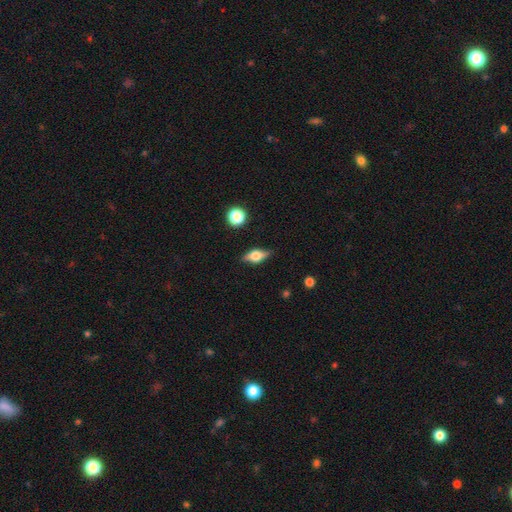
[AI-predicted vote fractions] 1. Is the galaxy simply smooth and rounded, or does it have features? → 52% featured or disk, 40% smooth, 8% star or artifact.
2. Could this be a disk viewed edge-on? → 89% yes, 11% no.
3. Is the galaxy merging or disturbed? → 83% none, 12% minor disturbance, 3% major disturbance, 2% merger.